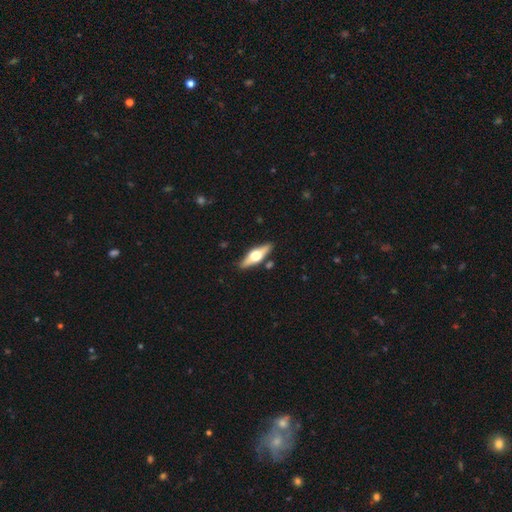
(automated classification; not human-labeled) Q: Smooth or featured?
A: featured or disk (62%); runner-up: smooth (32%)
Q: Edge-on disk?
A: yes (94%); runner-up: no (6%)
Q: Edge-on bulge?
A: rounded (95%); runner-up: boxy (3%)
Q: Merging?
A: none (86%); runner-up: minor disturbance (9%)